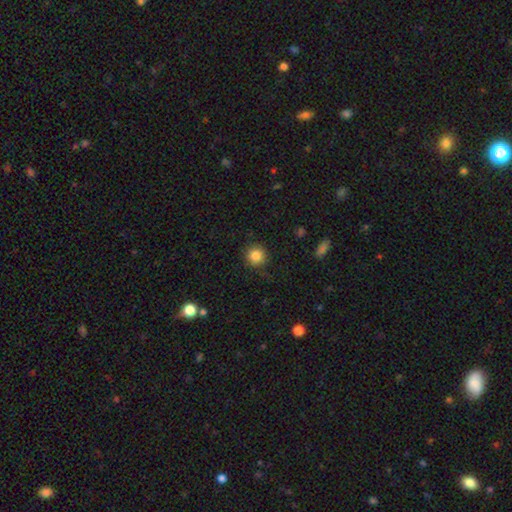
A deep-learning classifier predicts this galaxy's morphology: Smooth or featured? Predicted: smooth (p=0.85). How rounded? Predicted: round (p=0.94). Merging? Predicted: none (p=0.88).